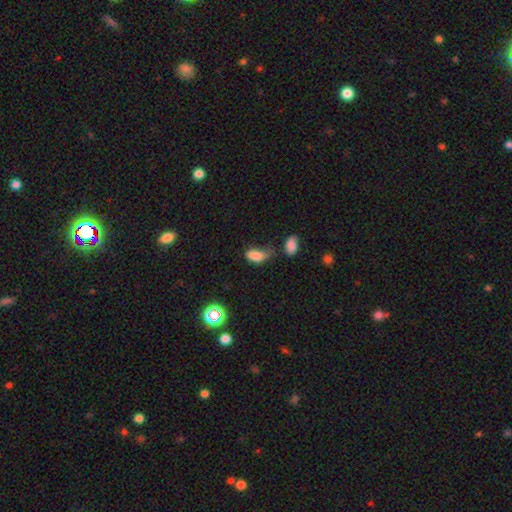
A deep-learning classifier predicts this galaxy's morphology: Smooth or featured: smooth — 80% (star or artifact — 12%)
How rounded: in between — 88% (cigar-shaped — 6%)
Merging: minor disturbance — 33% (none — 32%)